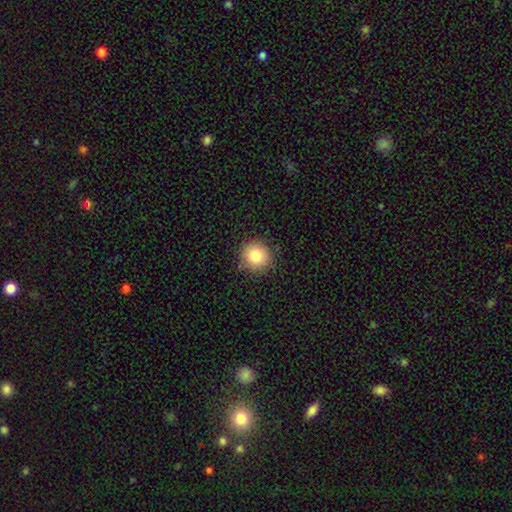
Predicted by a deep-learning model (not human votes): Morphology: type=smooth (83%); roundness=round (90%); merging=none (88%).